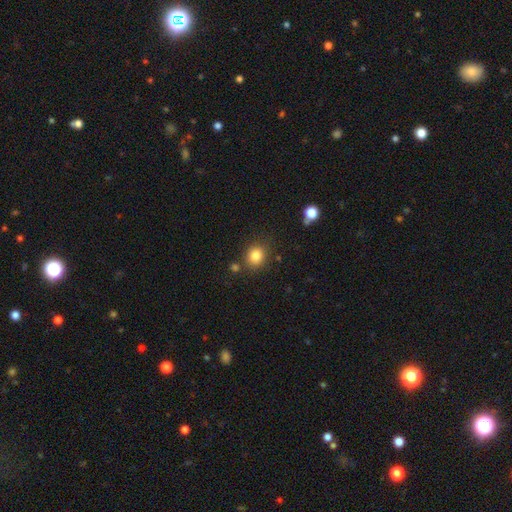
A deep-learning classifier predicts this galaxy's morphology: A smooth galaxy with no disk features (83%) that is round (75%). Merging: none (80%).